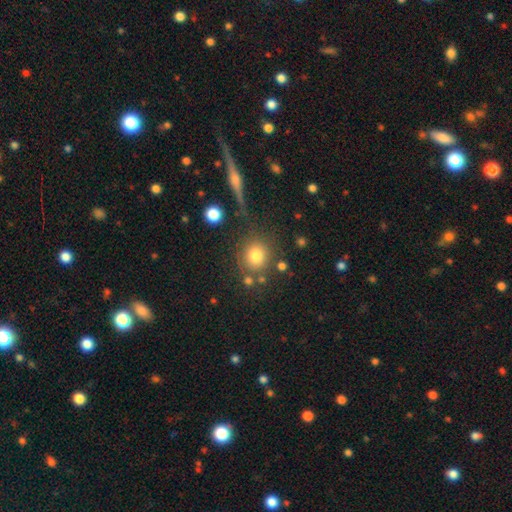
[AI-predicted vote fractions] Smooth or featured: smooth — 78% (star or artifact — 13%)
How rounded: round — 87% (in between — 12%)
Merging: none — 75% (minor disturbance — 11%)